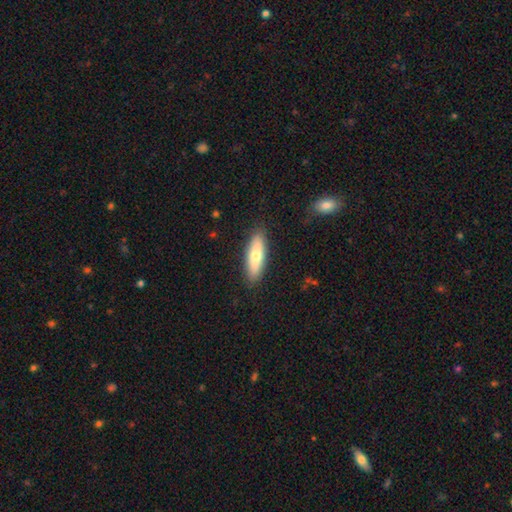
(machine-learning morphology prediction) smooth 69%, featured or disk 25%, star or artifact 6%. Down the decision tree: how rounded — cigar-shaped (57%); merging — none (88%).